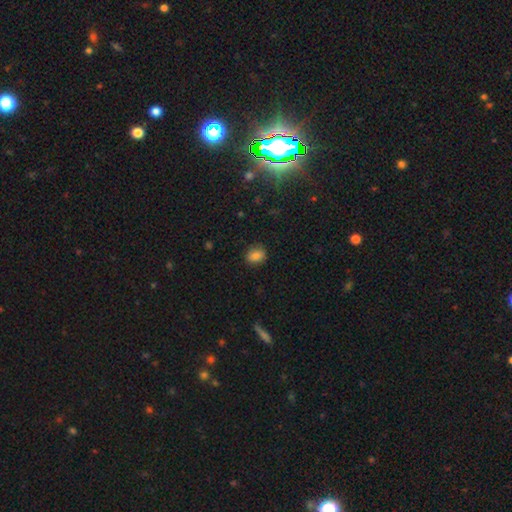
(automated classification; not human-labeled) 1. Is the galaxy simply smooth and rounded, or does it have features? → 83% smooth, 11% star or artifact, 6% featured or disk.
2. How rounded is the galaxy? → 50% round, 49% in between, 1% cigar-shaped.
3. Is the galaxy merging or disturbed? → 86% none, 10% minor disturbance, 3% major disturbance, 1% merger.